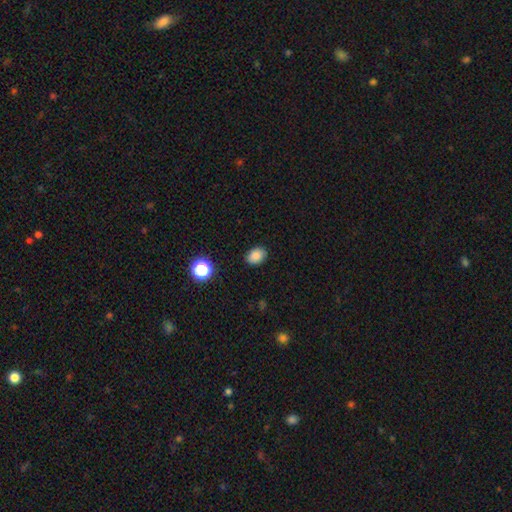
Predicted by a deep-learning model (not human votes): Smooth or featured: smooth — 84% (star or artifact — 11%)
How rounded: in between — 70% (round — 29%)
Merging: none — 86% (minor disturbance — 10%)